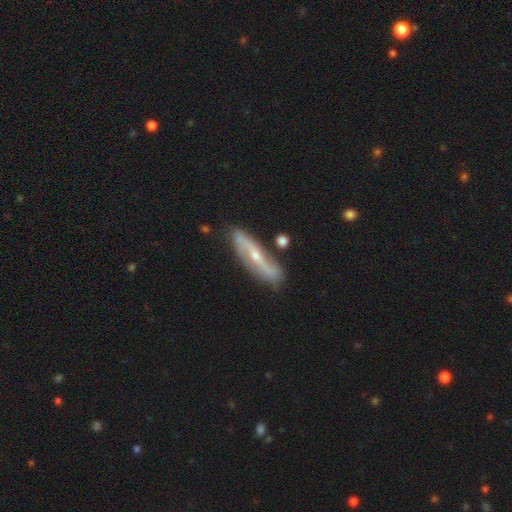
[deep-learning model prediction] The model was most divided on "bar": strong: 39%, no: 33%, weak: 27%. More confident: spiral arms — yes (83%); merging — none (80%); smooth or featured — featured or disk (77%); edge-on disk — no (66%); bulge size — small (65%).